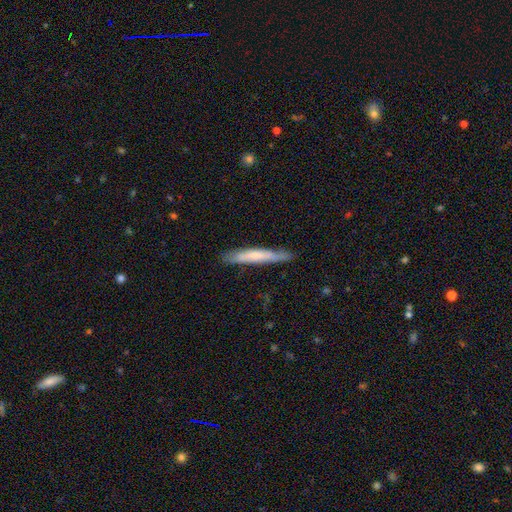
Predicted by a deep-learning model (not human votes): This appears to be a smooth galaxy with no disk features (59%) that is cigar-shaped (94%). Merging: none (82%).